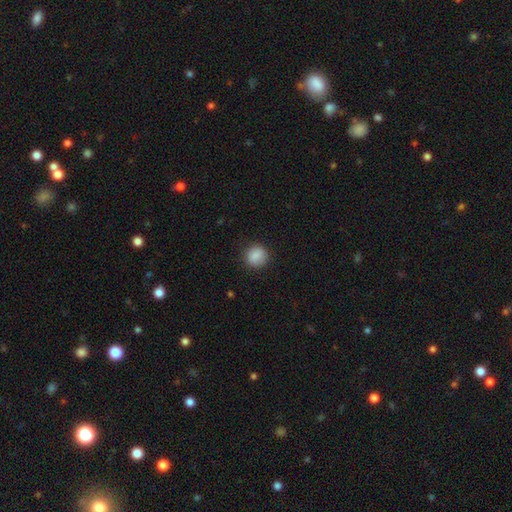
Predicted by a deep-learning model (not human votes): This appears to be a smooth galaxy with no disk features (88%) that is round (87%). Merging: none (88%).